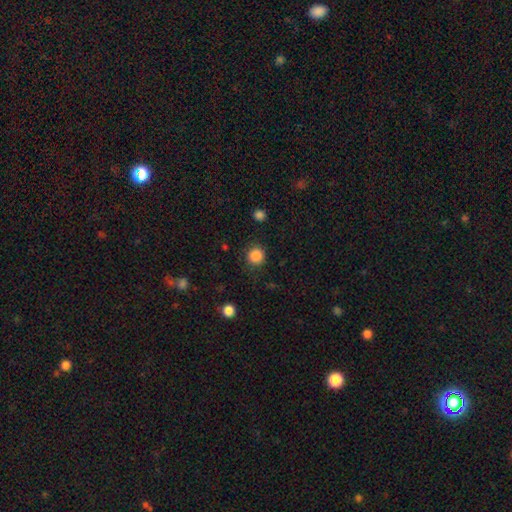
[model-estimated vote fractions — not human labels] Smooth or featured? Predicted: smooth (p=0.86). How rounded? Predicted: round (p=0.94). Merging? Predicted: none (p=0.88).